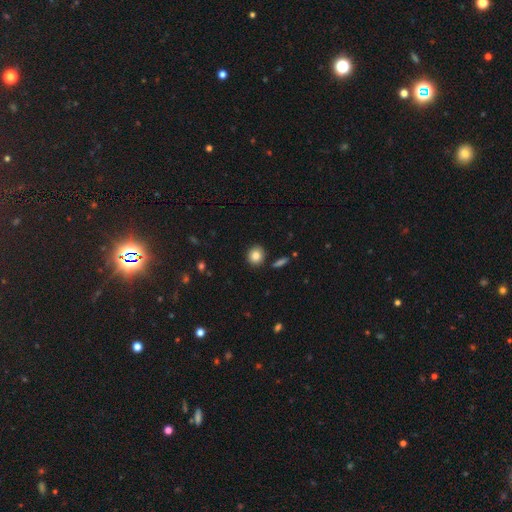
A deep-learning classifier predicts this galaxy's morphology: This is clearly a smooth galaxy (84%). How rounded: clearly round (83%). Merging: clearly none (88%).